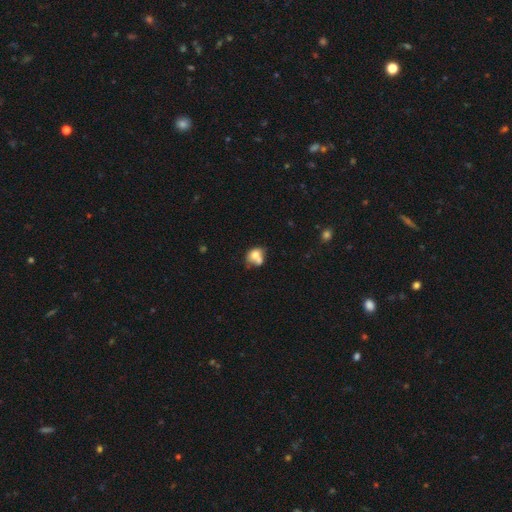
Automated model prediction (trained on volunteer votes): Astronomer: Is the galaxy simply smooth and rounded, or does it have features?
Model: smooth — 69%.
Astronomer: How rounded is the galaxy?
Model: round — 56% (runner-up: in between, 43%).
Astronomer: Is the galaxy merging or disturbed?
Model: merger — 47% (runner-up: none, 29%).